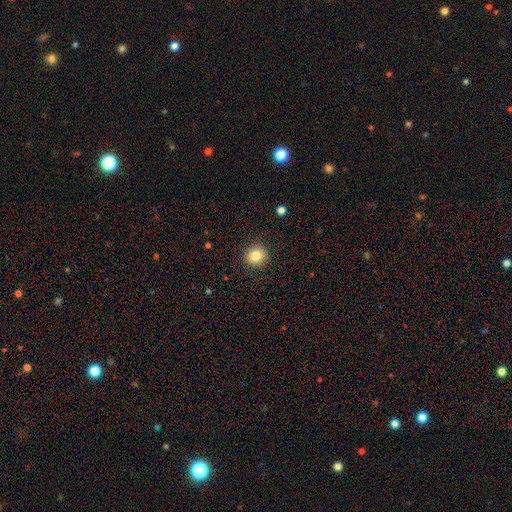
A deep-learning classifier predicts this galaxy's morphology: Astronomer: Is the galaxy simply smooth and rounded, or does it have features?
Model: smooth — 82%.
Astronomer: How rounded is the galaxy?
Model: round — 90%.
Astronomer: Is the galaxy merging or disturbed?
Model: none — 90%.